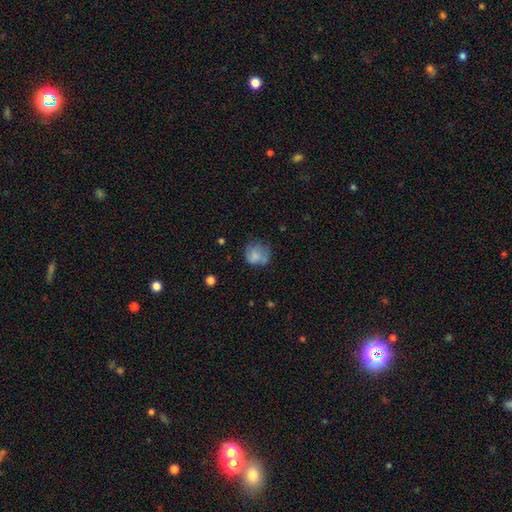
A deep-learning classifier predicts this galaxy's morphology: A smooth galaxy with no disk features (68%) that is round (75%).

Vote fractions:
- Smooth or featured? smooth: 68% / featured or disk: 23% / star or artifact: 10%
- How rounded? round: 75% / in between: 24% / cigar-shaped: 1%
- Merging? none: 52% / minor disturbance: 28% / major disturbance: 16% / merger: 3%